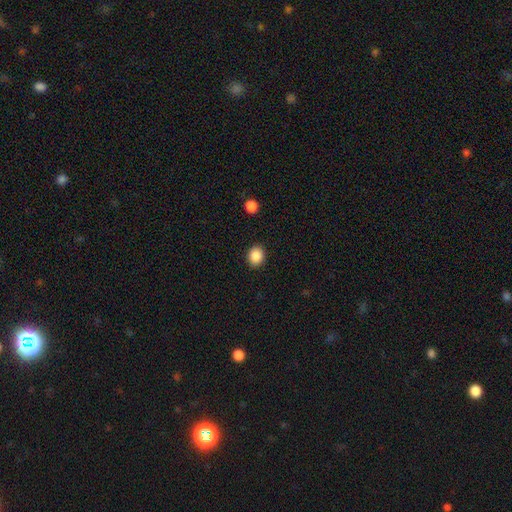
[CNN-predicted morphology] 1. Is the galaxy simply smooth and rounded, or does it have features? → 88% smooth, 9% star or artifact, 3% featured or disk.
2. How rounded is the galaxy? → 60% round, 39% in between, 1% cigar-shaped.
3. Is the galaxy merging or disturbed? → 89% none, 7% minor disturbance, 2% major disturbance, 1% merger.